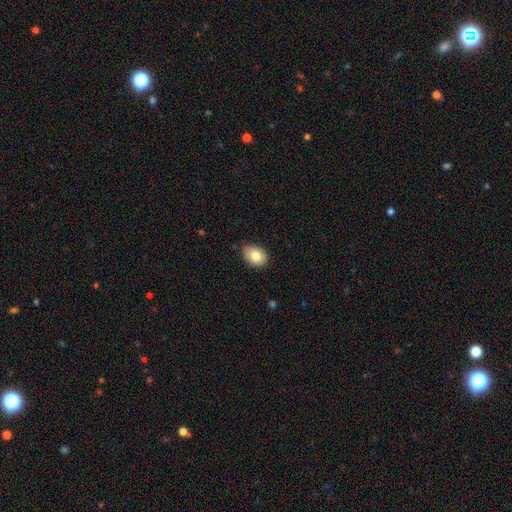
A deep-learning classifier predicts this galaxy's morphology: Smooth or featured: smooth — 81% (featured or disk — 11%)
How rounded: in between — 70% (round — 29%)
Merging: none — 81% (minor disturbance — 16%)